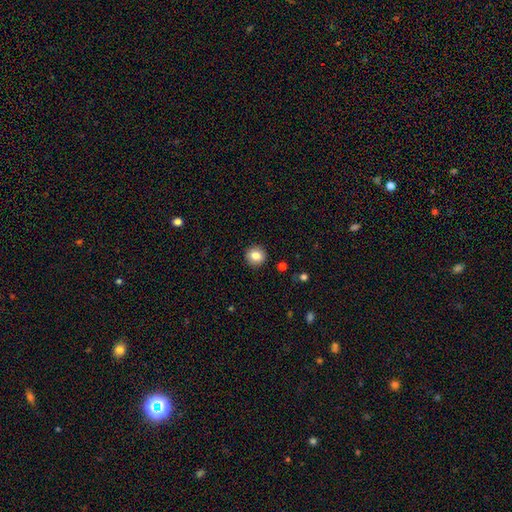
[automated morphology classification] The model was most divided on "smooth or featured": smooth: 84%, star or artifact: 10%, featured or disk: 6%. More confident: how rounded — round (92%); merging — none (92%).